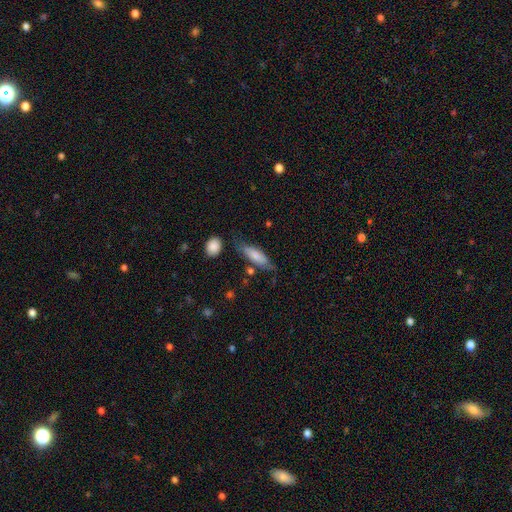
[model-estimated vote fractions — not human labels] A smooth galaxy with no disk features (70%) that is in between round and cigar-shaped (50%). Merging: none (62%).